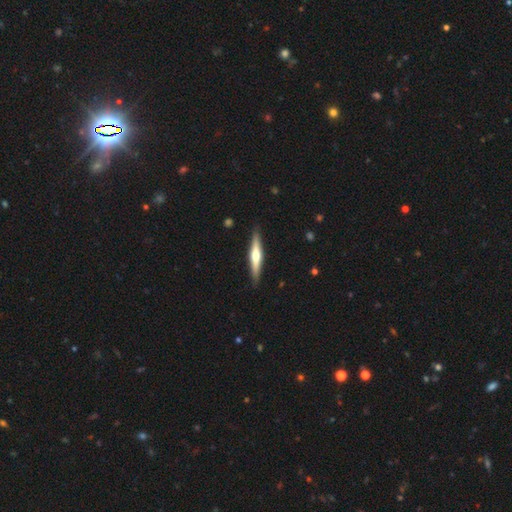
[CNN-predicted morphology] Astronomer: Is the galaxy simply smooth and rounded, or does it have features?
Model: featured or disk — 62%.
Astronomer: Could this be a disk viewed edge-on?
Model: yes — 97%.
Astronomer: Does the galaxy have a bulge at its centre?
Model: rounded — 87%.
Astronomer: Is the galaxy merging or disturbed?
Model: none — 89%.